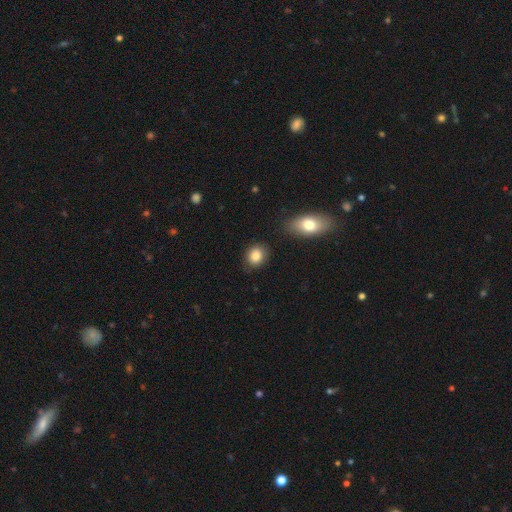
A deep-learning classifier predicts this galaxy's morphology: This is clearly a smooth galaxy (86%). How rounded: likely round (61%). Merging: likely none (80%).